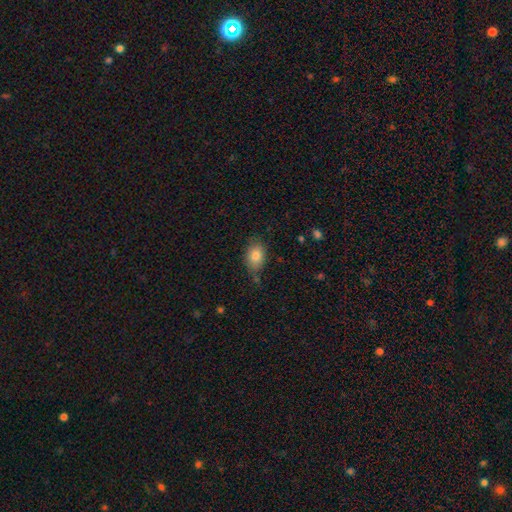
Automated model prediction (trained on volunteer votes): Smooth or featured: smooth — 82% (featured or disk — 10%)
How rounded: in between — 82% (round — 16%)
Merging: none — 72% (minor disturbance — 21%)